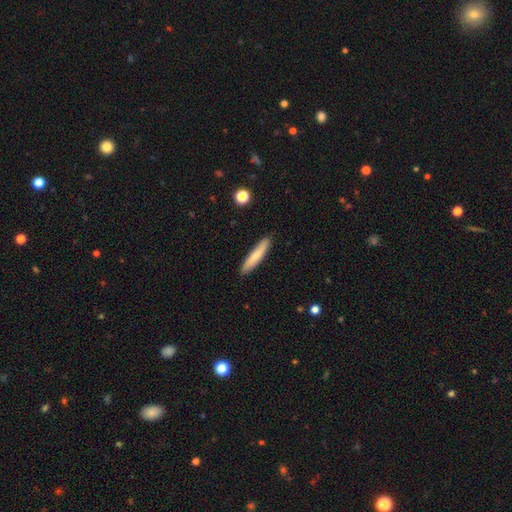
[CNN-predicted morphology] A smooth galaxy with no disk features (73%) that is cigar-shaped (90%). Merging: none (88%).